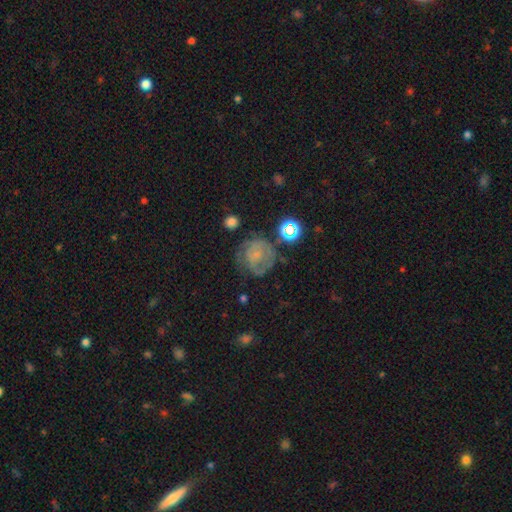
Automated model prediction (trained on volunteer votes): featured or disk 49%, smooth 38%, star or artifact 13%. Down the decision tree: merging — none (54%).